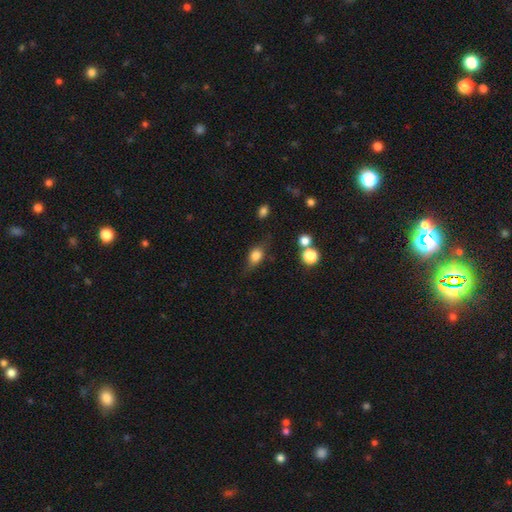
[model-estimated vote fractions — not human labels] Q: Smooth or featured?
A: smooth (71%); runner-up: featured or disk (19%)
Q: How rounded?
A: in between (63%); runner-up: round (30%)
Q: Merging?
A: none (59%); runner-up: minor disturbance (26%)